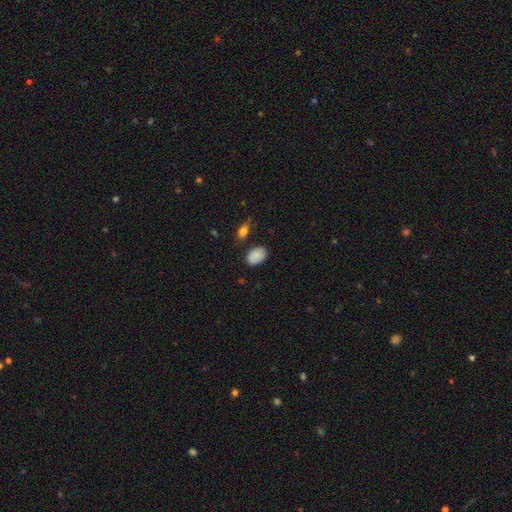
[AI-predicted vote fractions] Smooth or featured: smooth — 86% (star or artifact — 7%)
How rounded: in between — 84% (round — 15%)
Merging: none — 79% (minor disturbance — 15%)